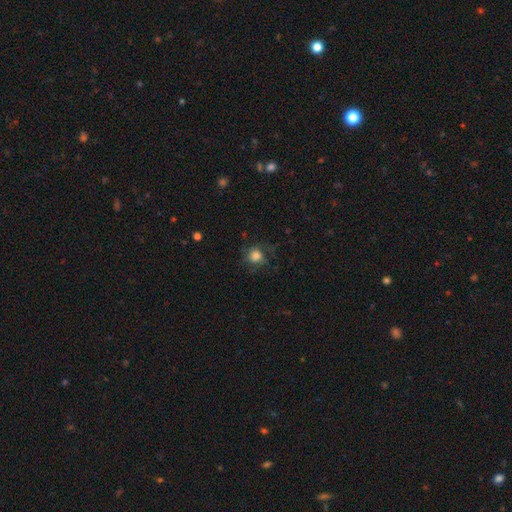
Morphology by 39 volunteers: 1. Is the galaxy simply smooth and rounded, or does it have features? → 77% smooth, 15% featured or disk, 8% star or artifact.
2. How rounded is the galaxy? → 83% round, 17% in between, 0% cigar-shaped.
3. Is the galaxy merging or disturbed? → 61% none, 22% major disturbance, 14% minor disturbance, 3% merger.